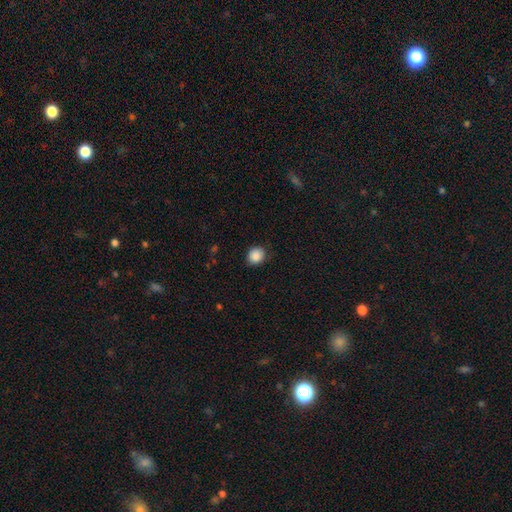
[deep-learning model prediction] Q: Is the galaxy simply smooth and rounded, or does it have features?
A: smooth — 88%.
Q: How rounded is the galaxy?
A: round — 76%.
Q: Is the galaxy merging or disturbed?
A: none — 83%.